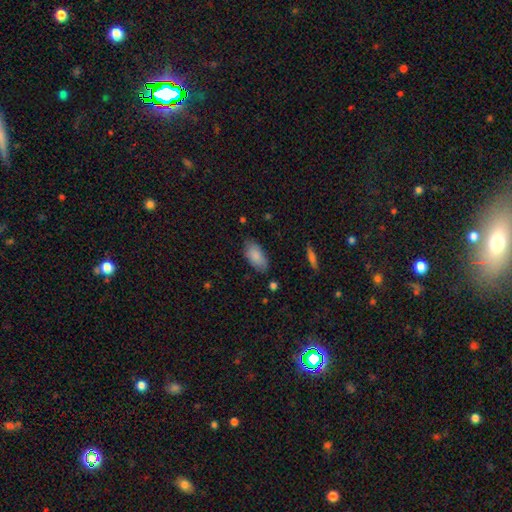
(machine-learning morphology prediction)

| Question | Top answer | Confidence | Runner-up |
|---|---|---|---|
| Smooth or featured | smooth | 86% | featured or disk (8%) |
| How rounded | in between | 92% | cigar-shaped (6%) |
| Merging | none | 79% | minor disturbance (16%) |